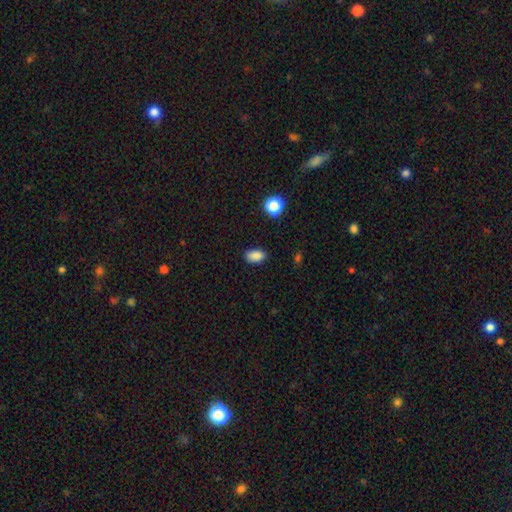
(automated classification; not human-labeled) Morphology: type=smooth (87%); roundness=in between (88%); merging=none (85%).